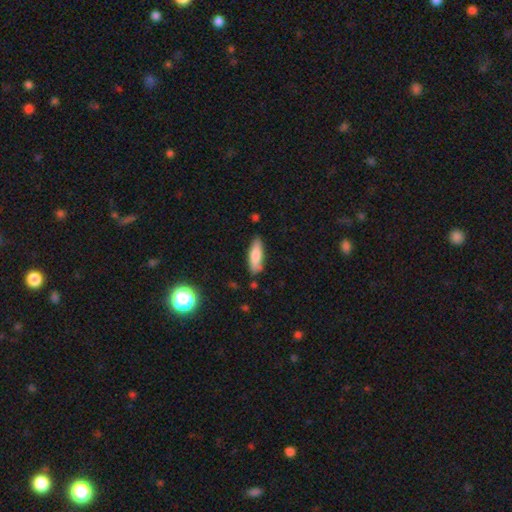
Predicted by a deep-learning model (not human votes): A smooth galaxy with no disk features (79%) that is in between round and cigar-shaped (54%).

Vote fractions:
- Smooth or featured? smooth: 79% / featured or disk: 15% / star or artifact: 6%
- How rounded? in between: 54% / cigar-shaped: 44% / round: 2%
- Merging? none: 79% / minor disturbance: 16% / major disturbance: 3% / merger: 3%